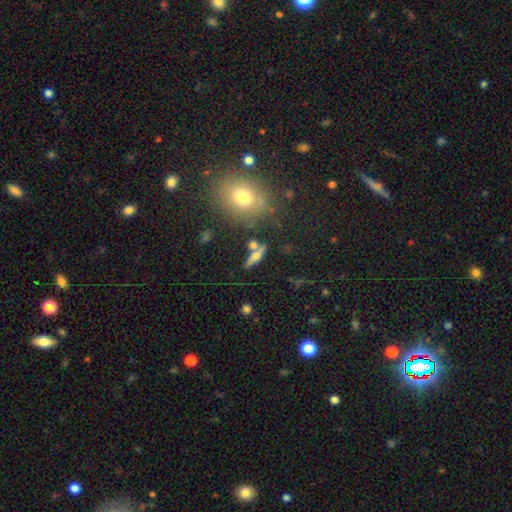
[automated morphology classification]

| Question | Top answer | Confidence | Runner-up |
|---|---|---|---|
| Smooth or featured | featured or disk | 47% | smooth (41%) |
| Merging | none | 68% | merger (15%) |